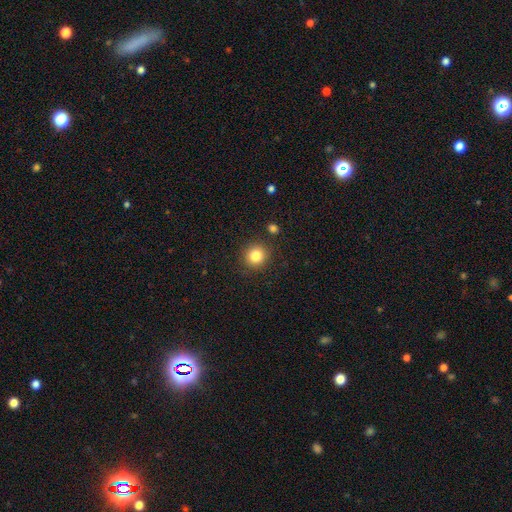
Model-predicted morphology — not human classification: Q: Smooth or featured?
A: smooth (83%); runner-up: star or artifact (11%)
Q: How rounded?
A: round (91%); runner-up: in between (8%)
Q: Merging?
A: none (88%); runner-up: minor disturbance (7%)